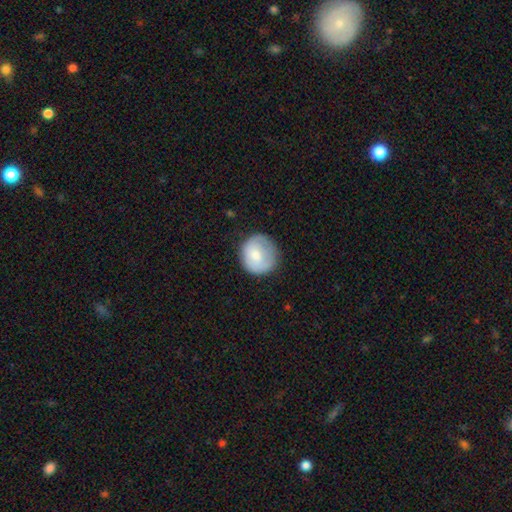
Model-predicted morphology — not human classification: smooth 73%, featured or disk 20%, star or artifact 7%. Down the decision tree: how rounded — round (86%); merging — none (67%).